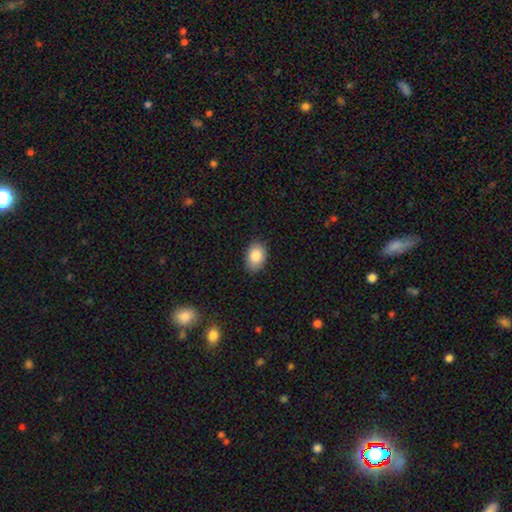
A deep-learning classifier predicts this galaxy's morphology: This is clearly a smooth galaxy (86%). How rounded: clearly in between (81%). Merging: clearly none (84%).